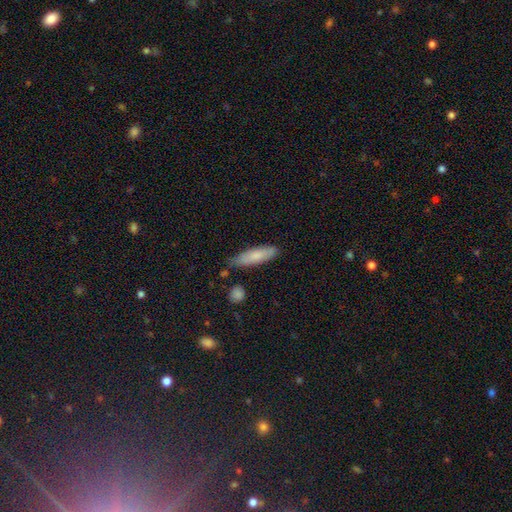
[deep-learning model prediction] A smooth galaxy with no disk features (77%) that is cigar-shaped (66%).

Vote fractions:
- Smooth or featured? smooth: 77% / featured or disk: 17% / star or artifact: 6%
- How rounded? cigar-shaped: 66% / in between: 32% / round: 2%
- Merging? none: 74% / minor disturbance: 19% / merger: 4% / major disturbance: 3%